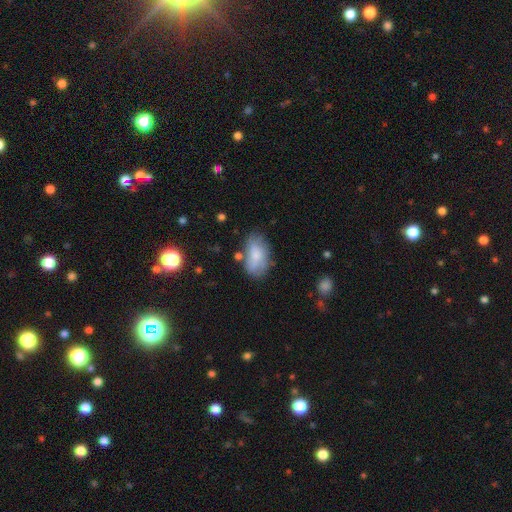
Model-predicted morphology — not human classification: A smooth galaxy with no disk features (72%) that is in between round and cigar-shaped (93%). Merging: none (58%).